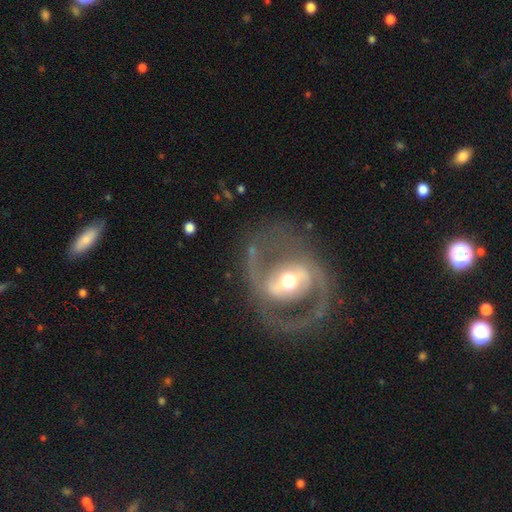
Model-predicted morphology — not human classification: type=featured or disk (87%); edge-on=no (96%); bar=strong (42%); spiral arms=yes (89%); winding=medium (56%); arm count=2 (89%); bulge=moderate (62%); merging=none (76%).